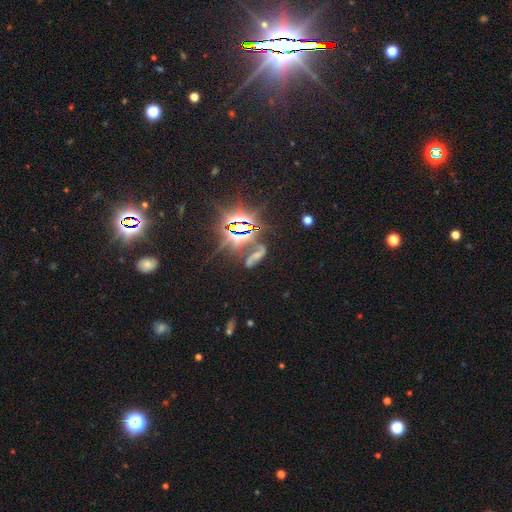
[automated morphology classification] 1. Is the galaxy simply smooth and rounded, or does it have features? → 46% star or artifact, 33% featured or disk, 21% smooth.